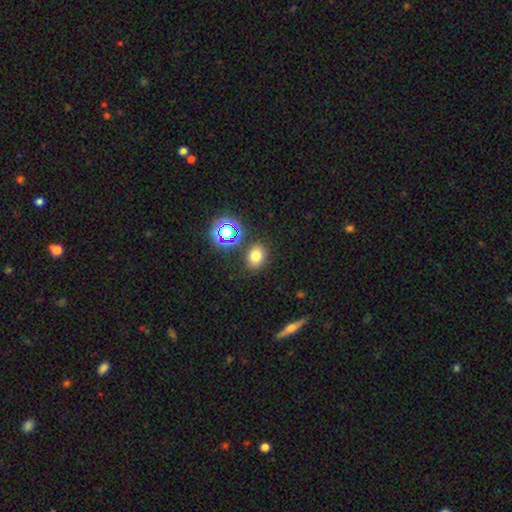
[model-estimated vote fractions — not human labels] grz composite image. It shows a smooth galaxy with no disk features (72%) that is in between round and cigar-shaped (55%). Merging: none (83%).